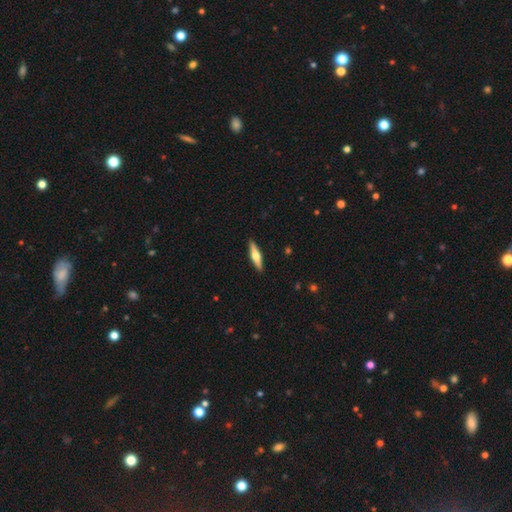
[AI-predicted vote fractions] Q: Smooth or featured?
A: featured or disk (53%); runner-up: smooth (42%)
Q: Edge-on disk?
A: yes (96%); runner-up: no (4%)
Q: Edge-on bulge?
A: rounded (92%); runner-up: boxy (5%)
Q: Merging?
A: none (91%); runner-up: minor disturbance (7%)